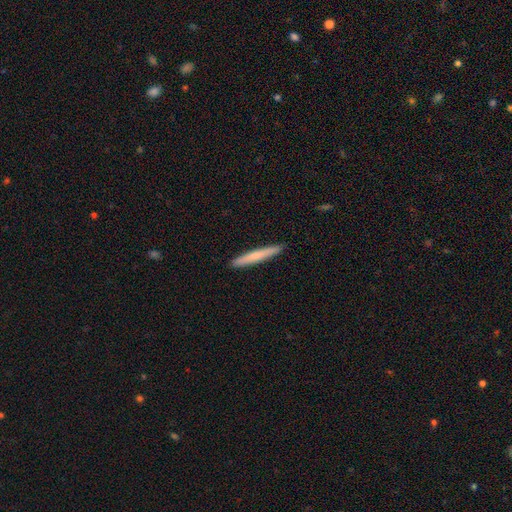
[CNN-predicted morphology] Smooth or featured? Predicted: smooth (p=0.63). How rounded? Predicted: cigar-shaped (p=0.96). Merging? Predicted: none (p=0.93).